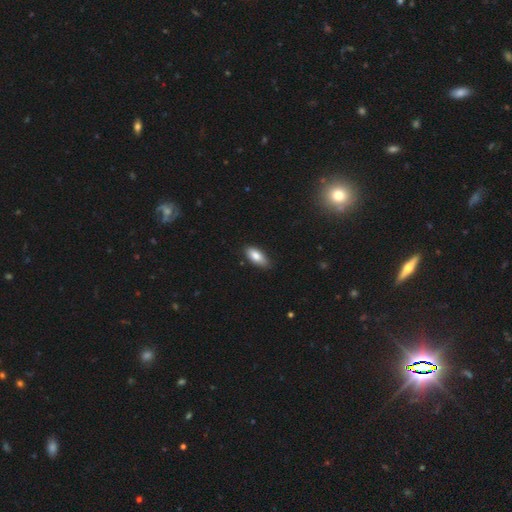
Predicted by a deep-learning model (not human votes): A smooth galaxy with no disk features (82%) that is in between round and cigar-shaped (84%). Merging: none (80%).